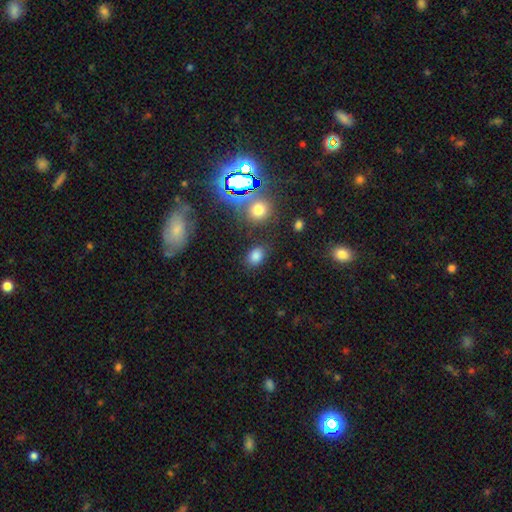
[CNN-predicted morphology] smooth-or-featured: smooth: 76% | star or artifact: 18% | featured or disk: 6%
  how-rounded: in between: 72% | round: 26% | cigar-shaped: 1%
  merging: none: 81% | minor disturbance: 12% | major disturbance: 4% | merger: 3%